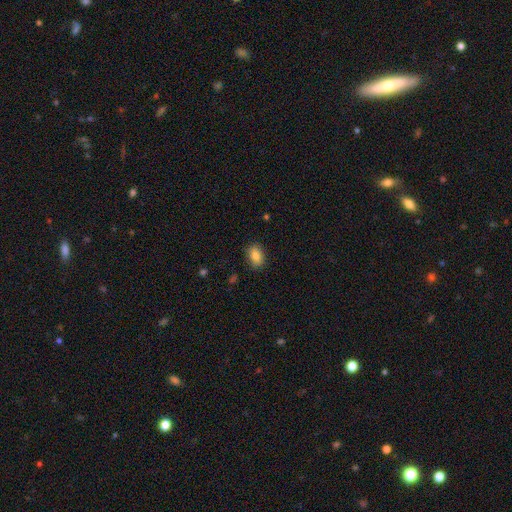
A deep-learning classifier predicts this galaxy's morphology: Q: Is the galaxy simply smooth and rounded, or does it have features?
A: smooth — 81%.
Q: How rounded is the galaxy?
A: in between — 78%.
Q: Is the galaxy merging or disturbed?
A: none — 87%.